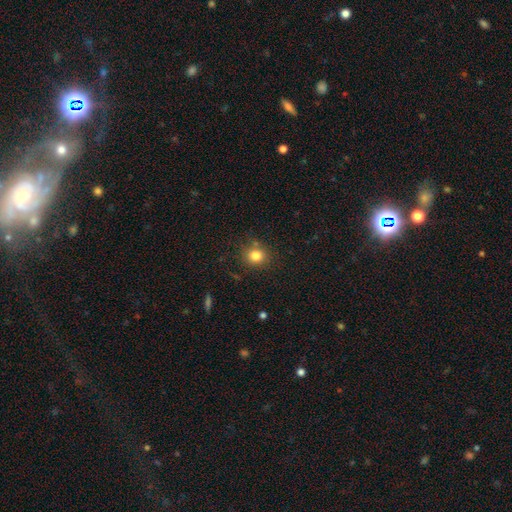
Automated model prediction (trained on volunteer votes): smooth_or_featured: smooth (p=0.82) [alt: star or artifact p=0.12]
how_rounded: round (p=0.82) [alt: in between p=0.17]
merging: none (p=0.81) [alt: minor disturbance p=0.11]